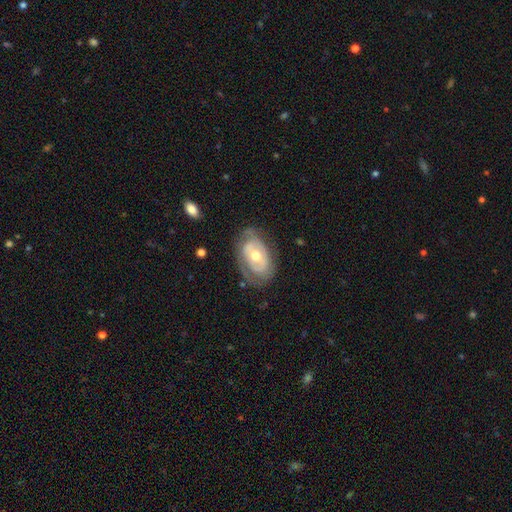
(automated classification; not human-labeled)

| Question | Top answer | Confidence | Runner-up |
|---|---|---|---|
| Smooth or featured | featured or disk | 70% | smooth (25%) |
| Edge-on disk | no | 94% | yes (6%) |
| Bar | no | 71% | weak (21%) |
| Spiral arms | yes | 57% | no (43%) |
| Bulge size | moderate | 68% | small (26%) |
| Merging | none | 64% | minor disturbance (23%) |